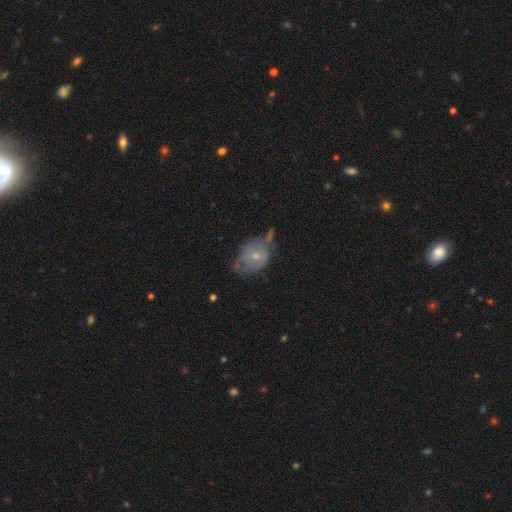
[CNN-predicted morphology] This is possibly a featured or disk galaxy (52%). It is clearly not viewed edge-on (95%). Merging: marginally none (35%).